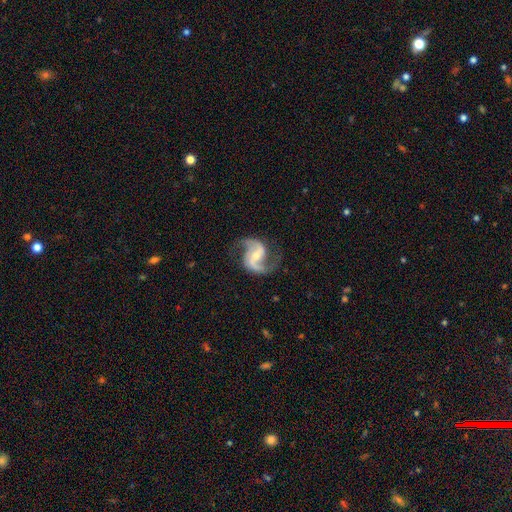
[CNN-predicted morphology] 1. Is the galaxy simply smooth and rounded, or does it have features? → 91% featured or disk, 5% star or artifact, 4% smooth.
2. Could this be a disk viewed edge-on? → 98% no, 2% yes.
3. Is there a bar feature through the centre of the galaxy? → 45% weak, 27% no, 27% strong.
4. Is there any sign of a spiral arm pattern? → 98% yes, 2% no.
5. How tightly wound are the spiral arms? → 49% medium, 41% loose, 10% tight.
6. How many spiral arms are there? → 93% 2, 2% 3, 2% 1, 2% can't tell, 1% 4, 1% more than 4.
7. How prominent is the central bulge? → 48% small, 46% moderate, 3% none, 2% large, 1% dominant.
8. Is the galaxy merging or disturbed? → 76% none, 15% minor disturbance, 8% major disturbance, 1% merger.